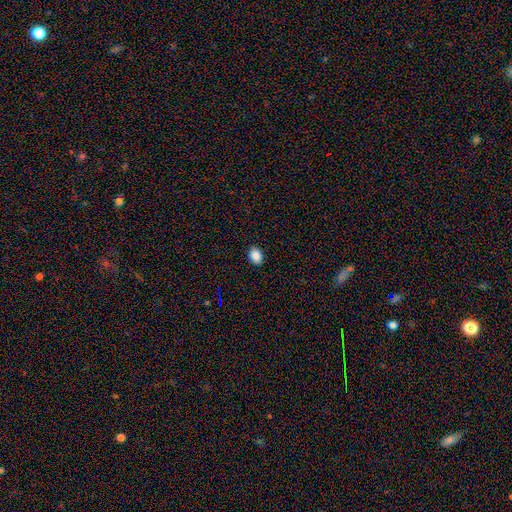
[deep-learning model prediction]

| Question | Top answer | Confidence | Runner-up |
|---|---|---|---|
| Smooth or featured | smooth | 86% | star or artifact (9%) |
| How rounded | in between | 72% | round (27%) |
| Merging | none | 90% | minor disturbance (8%) |